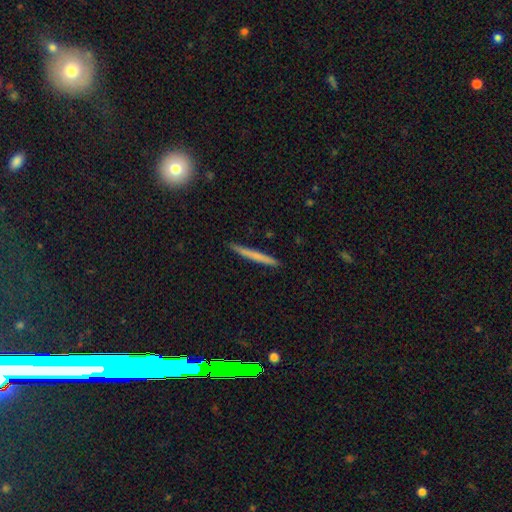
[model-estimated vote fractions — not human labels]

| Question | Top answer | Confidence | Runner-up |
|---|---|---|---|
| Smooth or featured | smooth | 62% | featured or disk (32%) |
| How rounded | cigar-shaped | 97% | in between (2%) |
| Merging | none | 91% | minor disturbance (7%) |